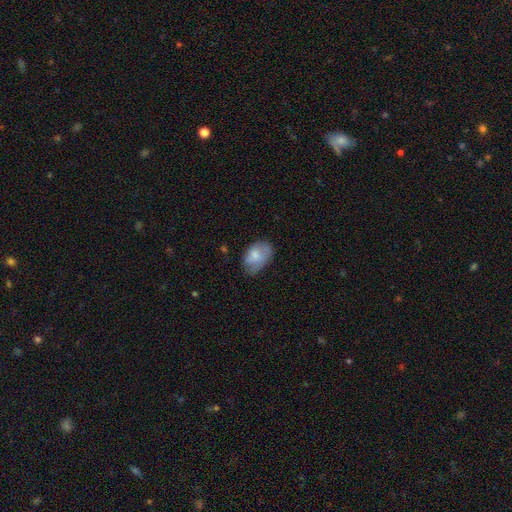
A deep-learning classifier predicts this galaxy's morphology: Smooth or featured?
  - smooth: 72% *
  - featured or disk: 21%
  - star or artifact: 7%
How rounded?
  - in between: 86% *
  - round: 13%
  - cigar-shaped: 1%
Merging?
  - none: 48% *
  - minor disturbance: 37%
  - major disturbance: 13%
  - merger: 2%